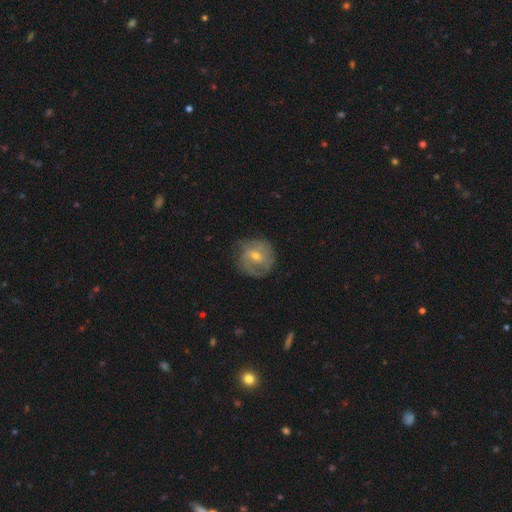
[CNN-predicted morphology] Q: Smooth or featured?
A: featured or disk (74%); runner-up: smooth (19%)
Q: Edge-on disk?
A: no (97%); runner-up: yes (3%)
Q: Bar?
A: weak (51%); runner-up: no (34%)
Q: Spiral arms?
A: yes (89%); runner-up: no (11%)
Q: Spiral winding?
A: tight (50%); runner-up: medium (37%)
Q: Spiral arm count?
A: 2 (45%); runner-up: can't tell (28%)
Q: Bulge size?
A: small (51%); runner-up: moderate (46%)
Q: Merging?
A: none (72%); runner-up: minor disturbance (18%)